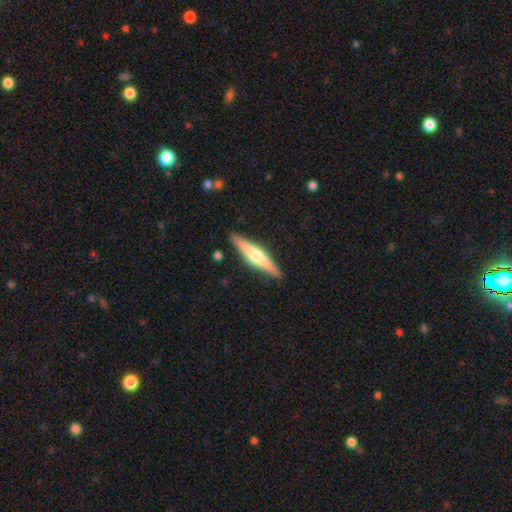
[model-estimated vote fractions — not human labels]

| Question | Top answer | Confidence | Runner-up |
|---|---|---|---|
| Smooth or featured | featured or disk | 55% | smooth (40%) |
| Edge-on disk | yes | 96% | no (4%) |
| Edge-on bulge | rounded | 85% | none (8%) |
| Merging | none | 89% | minor disturbance (8%) |